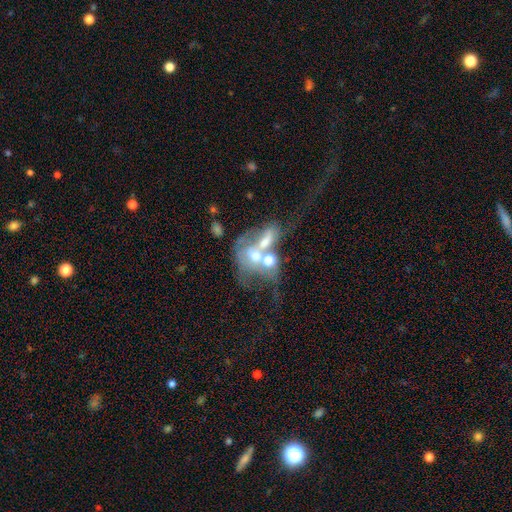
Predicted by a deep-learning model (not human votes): A featured or disk galaxy (63%) with no bar (78%), no spiral arms (63%) and a moderate central bulge (52%). Merging: merger (70%).